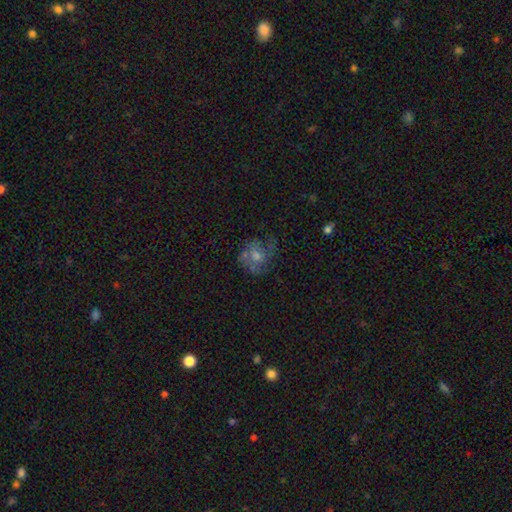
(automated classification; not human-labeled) smooth_or_featured: smooth (p=0.47) [alt: featured or disk p=0.40]
merging: none (p=0.54) [alt: minor disturbance p=0.22]